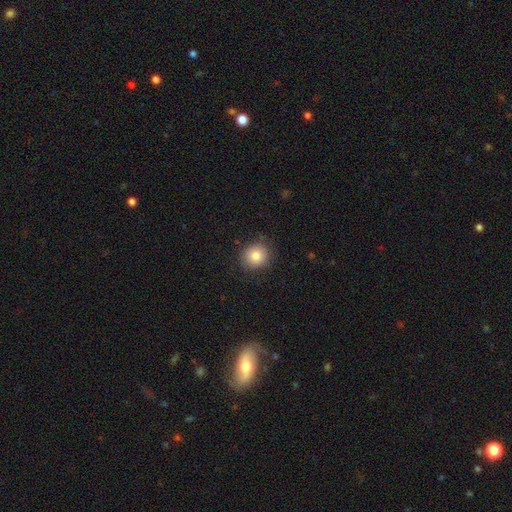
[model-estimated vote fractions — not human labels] A smooth galaxy with no disk features (83%) that is round (86%). Merging: none (85%).